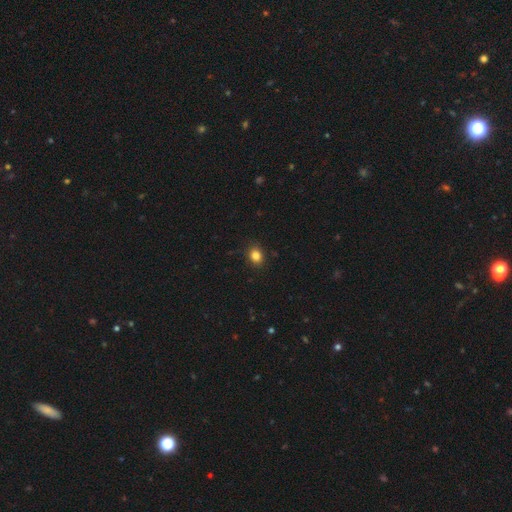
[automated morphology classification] Q: Smooth or featured?
A: smooth (84%); runner-up: star or artifact (11%)
Q: How rounded?
A: round (53%); runner-up: in between (46%)
Q: Merging?
A: none (88%); runner-up: minor disturbance (9%)